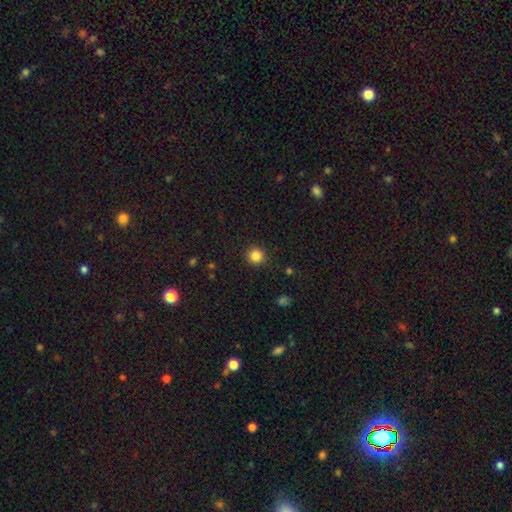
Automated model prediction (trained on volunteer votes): Smooth or featured: smooth — 85% (star or artifact — 11%)
How rounded: round — 94% (in between — 5%)
Merging: none — 91% (minor disturbance — 6%)